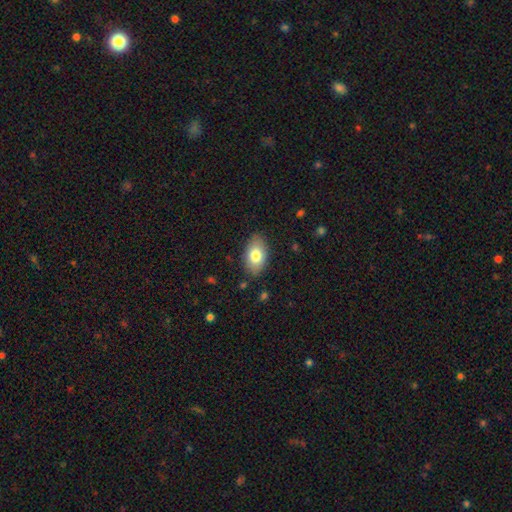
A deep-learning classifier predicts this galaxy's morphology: Overall: smooth (79%). How rounded: in between (91%). Merging: none (83%).